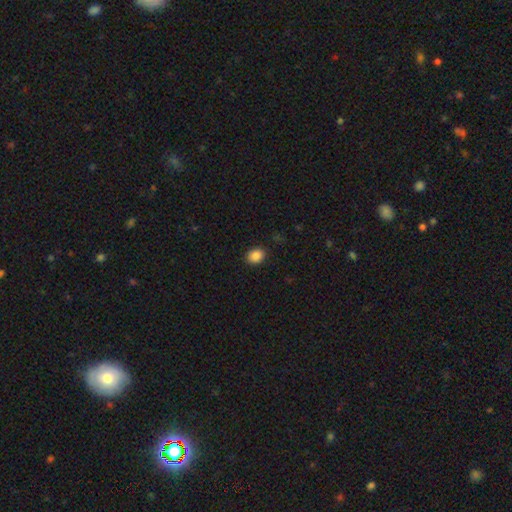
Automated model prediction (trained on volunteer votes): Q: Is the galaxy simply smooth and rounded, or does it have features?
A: smooth — 88%.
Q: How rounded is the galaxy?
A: round — 50%.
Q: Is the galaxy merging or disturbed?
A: none — 90%.